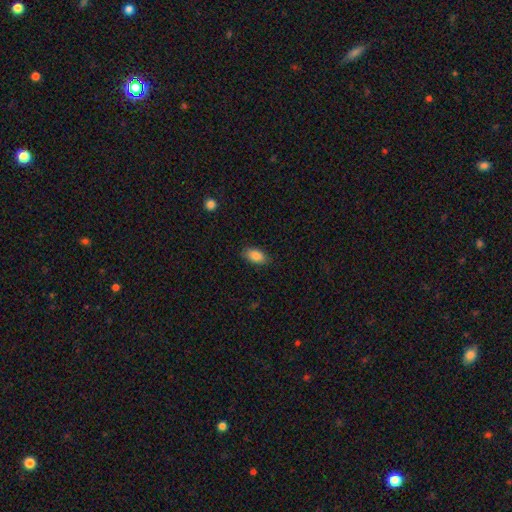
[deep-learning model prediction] Smooth or featured? Predicted: smooth (p=0.87). How rounded? Predicted: in between (p=0.91). Merging? Predicted: none (p=0.84).